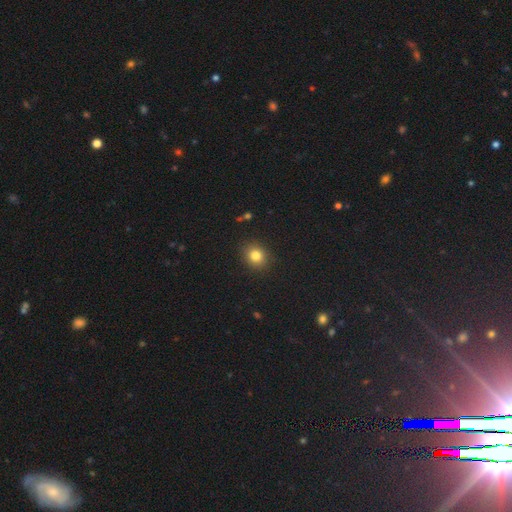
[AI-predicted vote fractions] Smooth or featured: smooth — 83% (star or artifact — 12%)
How rounded: round — 73% (in between — 26%)
Merging: none — 89% (minor disturbance — 8%)